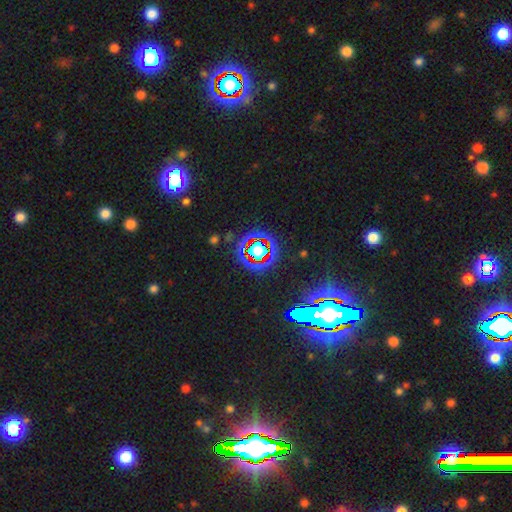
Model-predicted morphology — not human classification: Smooth or featured? Predicted: star or artifact (p=0.83).